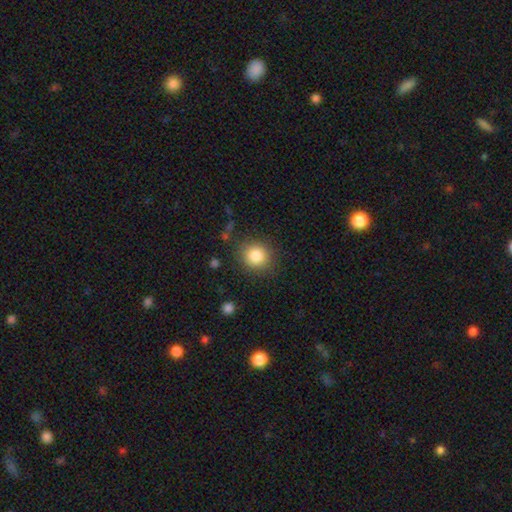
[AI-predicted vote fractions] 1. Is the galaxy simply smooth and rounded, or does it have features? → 84% smooth, 10% star or artifact, 6% featured or disk.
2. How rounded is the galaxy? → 87% round, 12% in between, 1% cigar-shaped.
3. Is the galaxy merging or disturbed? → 85% none, 9% minor disturbance, 4% major disturbance, 2% merger.